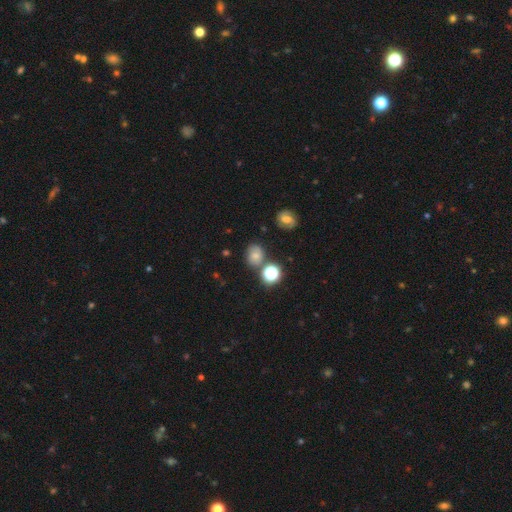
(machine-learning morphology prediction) Smooth or featured?
  - smooth: 66% *
  - star or artifact: 22%
  - featured or disk: 12%
How rounded?
  - round: 61% *
  - in between: 37%
  - cigar-shaped: 1%
Merging?
  - none: 70% *
  - minor disturbance: 15%
  - merger: 10%
  - major disturbance: 5%